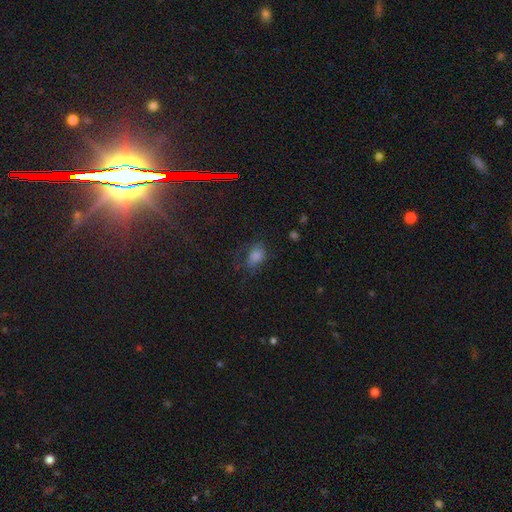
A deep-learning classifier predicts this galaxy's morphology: Q: Smooth or featured?
A: smooth (67%); runner-up: star or artifact (22%)
Q: How rounded?
A: in between (70%); runner-up: round (27%)
Q: Merging?
A: none (58%); runner-up: minor disturbance (24%)